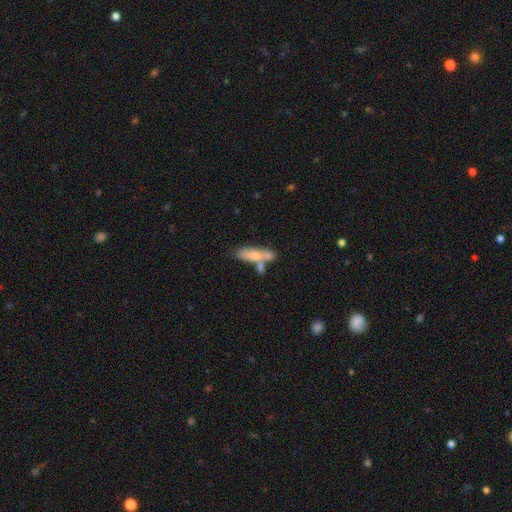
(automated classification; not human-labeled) This is likely a smooth galaxy (69%). How rounded: possibly in between (49%). Merging: marginally merger (43%).